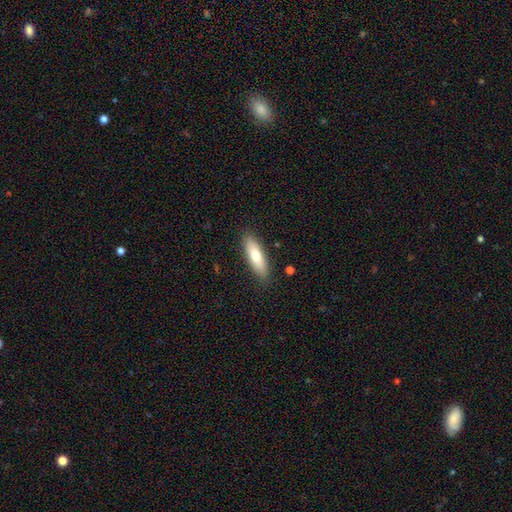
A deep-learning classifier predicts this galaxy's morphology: Smooth or featured?
  - smooth: 71% *
  - featured or disk: 23%
  - star or artifact: 6%
How rounded?
  - in between: 53% *
  - cigar-shaped: 45%
  - round: 2%
Merging?
  - none: 87% *
  - minor disturbance: 10%
  - major disturbance: 2%
  - merger: 1%